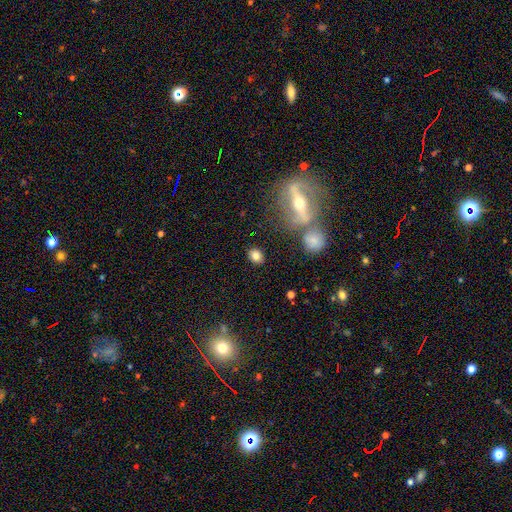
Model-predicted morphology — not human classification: The model was most divided on "how rounded": in between: 55%, round: 43%, cigar-shaped: 2%. More confident: merging — none (84%); smooth or featured — smooth (75%).